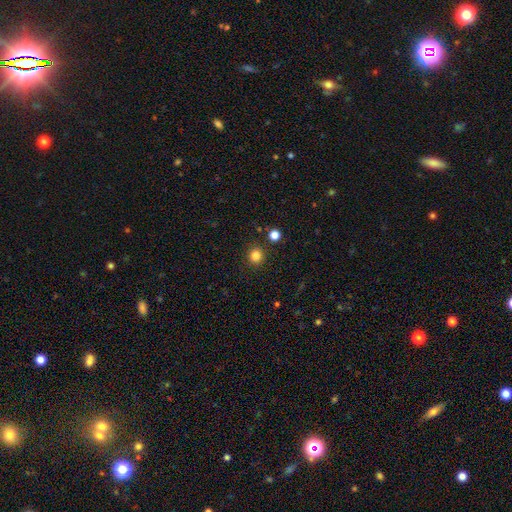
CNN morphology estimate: A smooth galaxy with no disk features (82%) that is round (91%).

Vote fractions:
- Smooth or featured? smooth: 82% / star or artifact: 14% / featured or disk: 4%
- How rounded? round: 91% / in between: 8% / cigar-shaped: 1%
- Merging? none: 89% / minor disturbance: 6% / merger: 3% / major disturbance: 2%